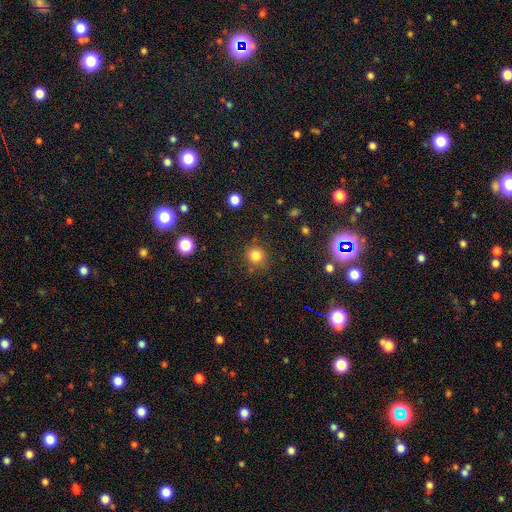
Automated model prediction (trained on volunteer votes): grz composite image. It shows a smooth galaxy with no disk features (82%) that is round (89%). Merging: none (82%).